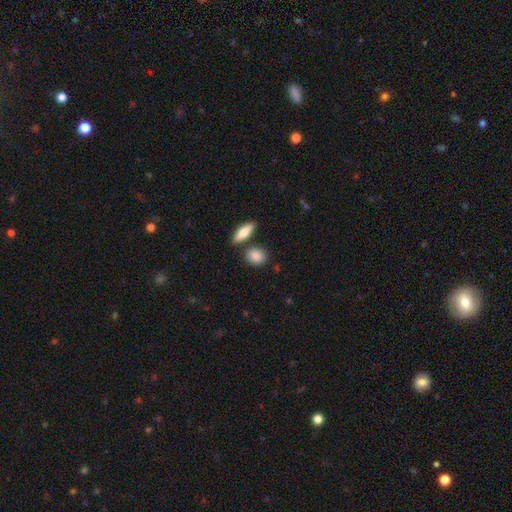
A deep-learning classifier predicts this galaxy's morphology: type=smooth (87%); roundness=in between (52%); merging=none (74%).